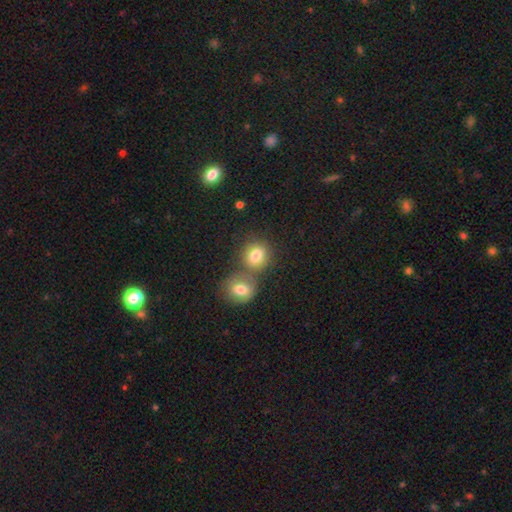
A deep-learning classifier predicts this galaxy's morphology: A smooth galaxy with no disk features (81%) that is round (73%). Merging: none (47%).